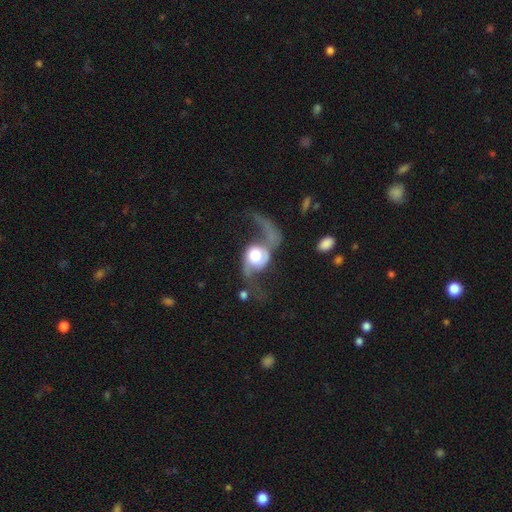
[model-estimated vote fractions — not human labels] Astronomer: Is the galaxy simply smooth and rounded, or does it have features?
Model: featured or disk — 78%.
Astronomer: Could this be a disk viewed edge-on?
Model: no — 94%.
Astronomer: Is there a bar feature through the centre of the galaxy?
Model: no — 70%.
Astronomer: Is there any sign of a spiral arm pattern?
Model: yes — 89%.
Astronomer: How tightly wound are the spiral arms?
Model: loose — 87%.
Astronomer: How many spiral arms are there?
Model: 2 — 89%.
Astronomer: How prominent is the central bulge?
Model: large — 46% (runner-up: moderate, 27%).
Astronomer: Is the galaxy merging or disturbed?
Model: major disturbance — 39% (runner-up: none, 38%).